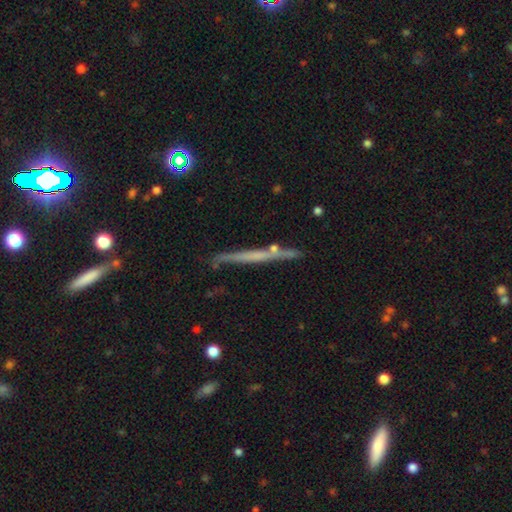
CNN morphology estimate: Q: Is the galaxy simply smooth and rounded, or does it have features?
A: featured or disk — 58%.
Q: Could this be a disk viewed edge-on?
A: yes — 95%.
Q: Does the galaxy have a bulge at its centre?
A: none — 81%.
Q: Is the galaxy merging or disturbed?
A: none — 79%.